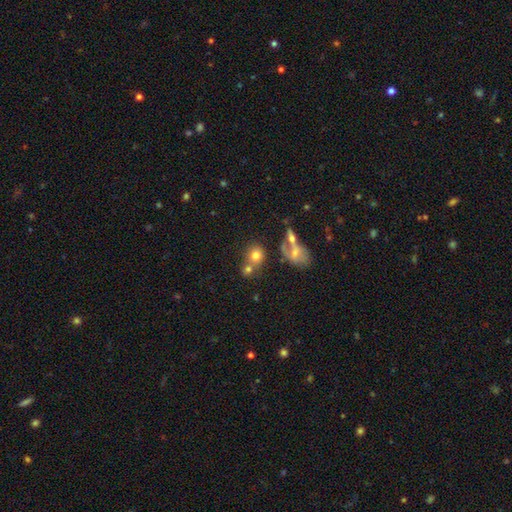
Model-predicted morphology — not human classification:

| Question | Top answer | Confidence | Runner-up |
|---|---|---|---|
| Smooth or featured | smooth | 73% | featured or disk (14%) |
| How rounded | round | 72% | in between (26%) |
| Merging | none | 42% | merger (40%) |